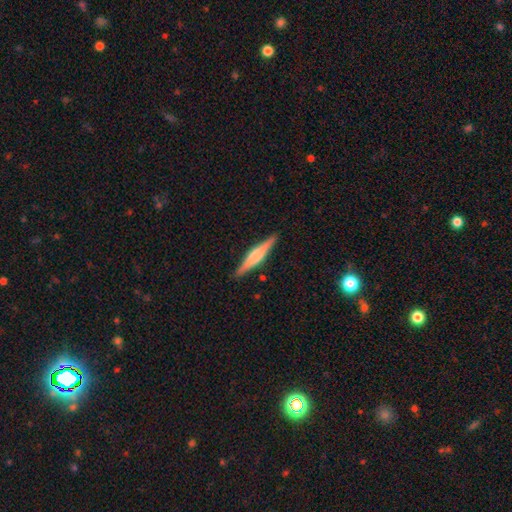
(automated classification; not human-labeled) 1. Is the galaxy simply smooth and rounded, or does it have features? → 63% featured or disk, 32% smooth, 5% star or artifact.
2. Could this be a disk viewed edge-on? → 98% yes, 2% no.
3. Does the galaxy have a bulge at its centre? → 68% rounded, 23% boxy, 9% none.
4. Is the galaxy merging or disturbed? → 90% none, 7% minor disturbance, 1% major disturbance, 1% merger.